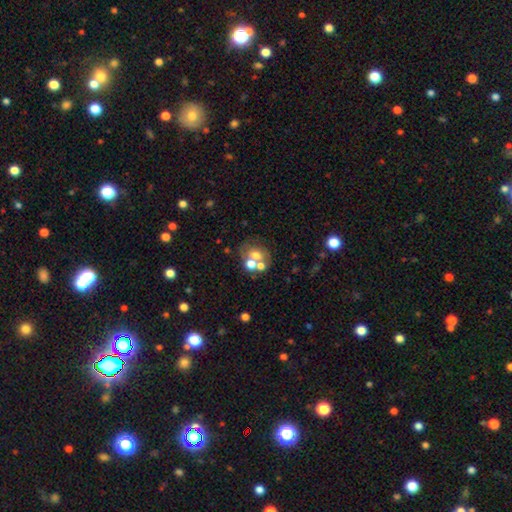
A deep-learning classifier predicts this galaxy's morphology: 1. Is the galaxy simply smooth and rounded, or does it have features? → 49% smooth, 37% featured or disk, 14% star or artifact.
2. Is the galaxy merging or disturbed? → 44% merger, 37% none, 11% minor disturbance, 8% major disturbance.